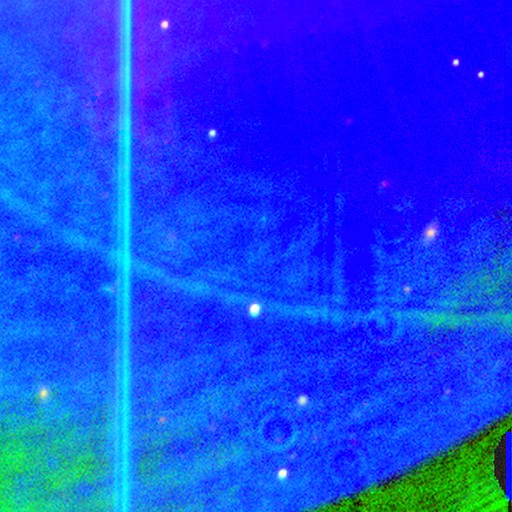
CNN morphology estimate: This appears to be a star or artifact, not a galaxy (89%).